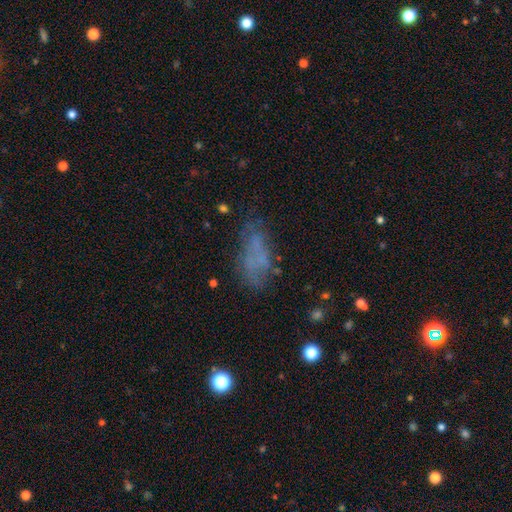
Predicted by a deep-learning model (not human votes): A smooth galaxy with no disk features (46%). Merging: none (52%).